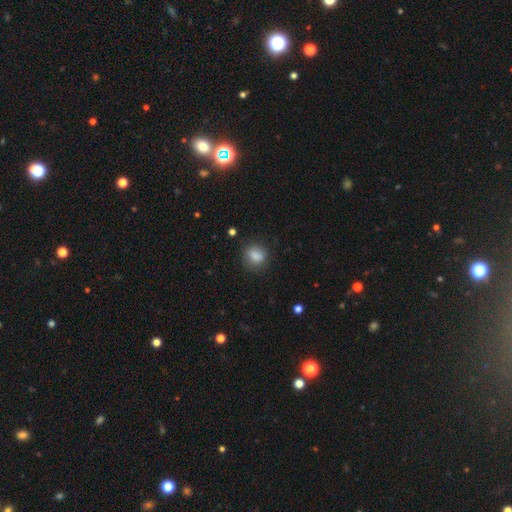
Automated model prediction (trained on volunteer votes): smooth-or-featured: smooth: 84% | star or artifact: 9% | featured or disk: 6%
  how-rounded: round: 62% | in between: 36% | cigar-shaped: 1%
  merging: none: 79% | minor disturbance: 15% | major disturbance: 5% | merger: 2%